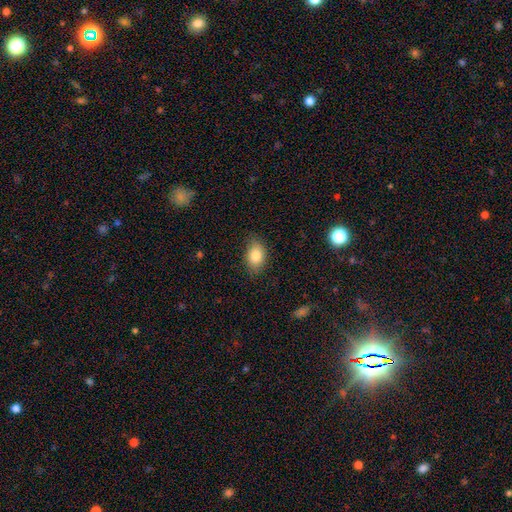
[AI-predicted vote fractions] Smooth or featured: smooth — 82% (featured or disk — 10%)
How rounded: in between — 83% (round — 16%)
Merging: none — 79% (minor disturbance — 16%)